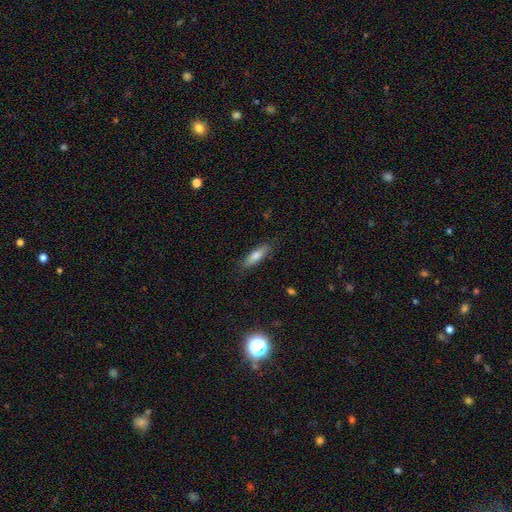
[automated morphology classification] Smooth or featured? Predicted: smooth (p=0.75). How rounded? Predicted: cigar-shaped (p=0.60). Merging? Predicted: none (p=0.84).